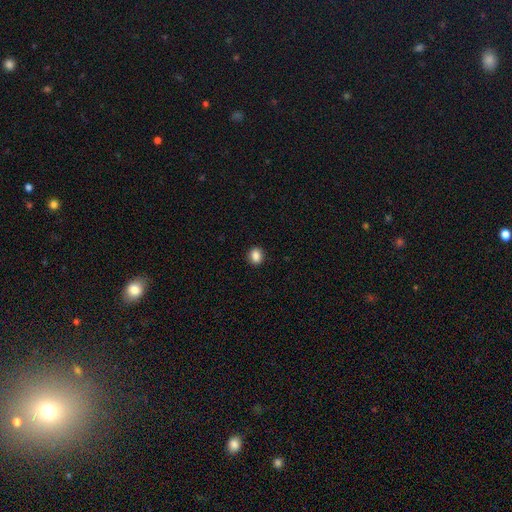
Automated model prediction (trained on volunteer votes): Smooth or featured: smooth — 87% (star or artifact — 9%)
How rounded: round — 58% (in between — 41%)
Merging: none — 90% (minor disturbance — 7%)